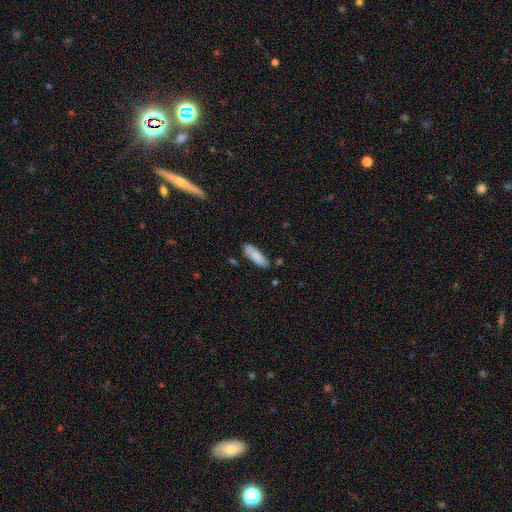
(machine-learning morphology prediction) smooth 84%, featured or disk 10%, star or artifact 6%. Down the decision tree: how rounded — in between (58%); merging — none (78%).